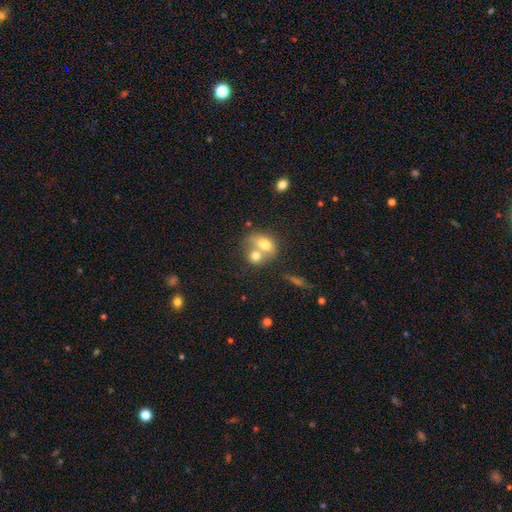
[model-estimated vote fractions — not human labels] A smooth galaxy with no disk features (71%) that is in between round and cigar-shaped (52%). Merging: merger (71%).